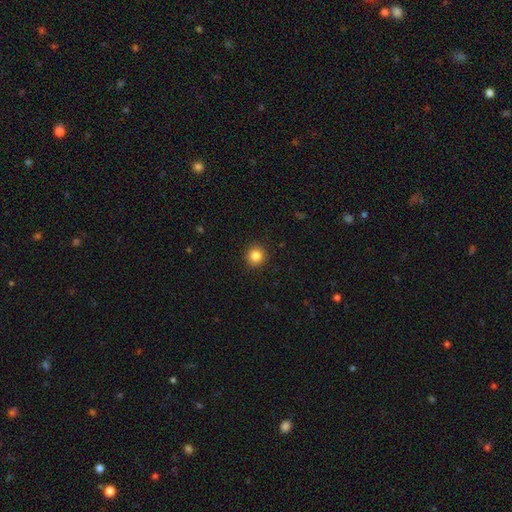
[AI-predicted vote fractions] smooth-or-featured: smooth: 84% | star or artifact: 11% | featured or disk: 5%
  how-rounded: round: 94% | in between: 6% | cigar-shaped: 1%
  merging: none: 92% | minor disturbance: 5% | major disturbance: 2% | merger: 1%